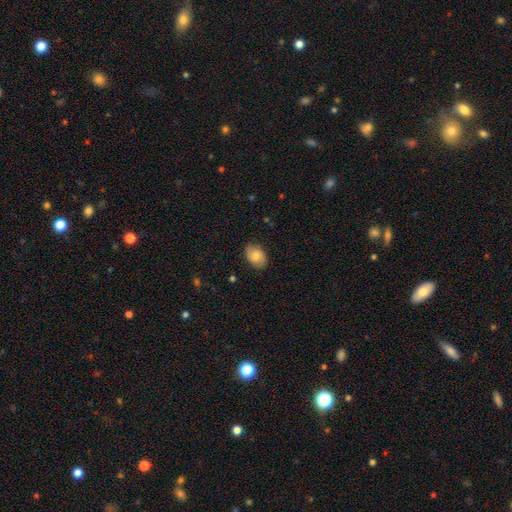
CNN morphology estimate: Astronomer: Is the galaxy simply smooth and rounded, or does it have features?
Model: smooth — 72%.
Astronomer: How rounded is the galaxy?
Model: in between — 84%.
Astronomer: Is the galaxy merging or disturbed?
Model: none — 82%.